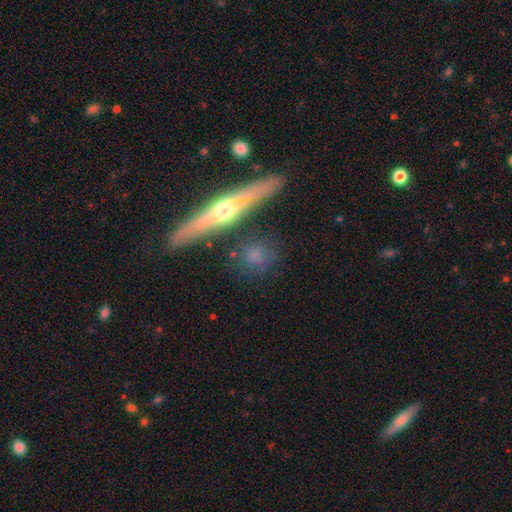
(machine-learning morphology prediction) smooth 50%, featured or disk 39%, star or artifact 11%. Down the decision tree: how rounded — round (58%); merging — none (79%).